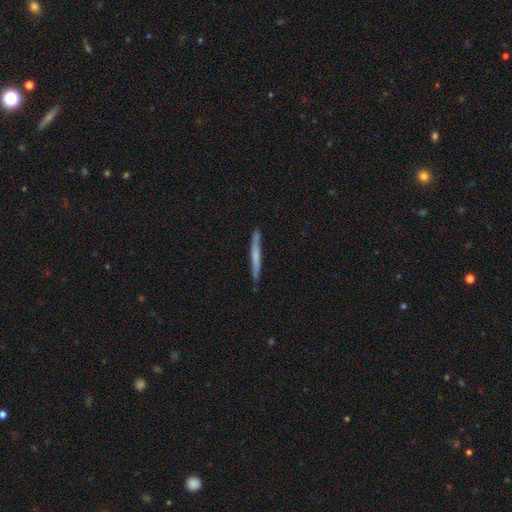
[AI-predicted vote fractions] Smooth or featured?
  - smooth: 52% *
  - featured or disk: 42%
  - star or artifact: 6%
How rounded?
  - cigar-shaped: 96% *
  - in between: 2%
  - round: 1%
Merging?
  - none: 87% *
  - minor disturbance: 10%
  - major disturbance: 2%
  - merger: 1%